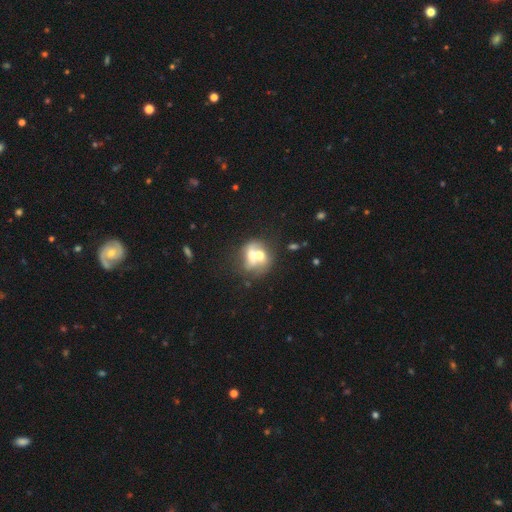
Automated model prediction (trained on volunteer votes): Q: Smooth or featured?
A: smooth (53%); runner-up: featured or disk (38%)
Q: How rounded?
A: round (57%); runner-up: in between (41%)
Q: Merging?
A: merger (67%); runner-up: none (19%)